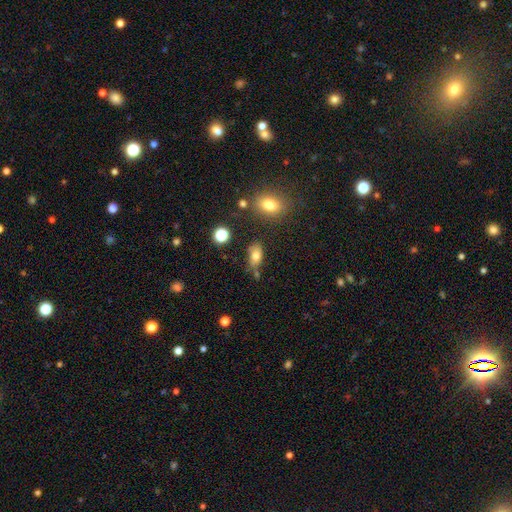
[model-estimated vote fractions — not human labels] Smooth or featured? smooth (76%)
How rounded? in between (86%)
Merging? none (63%)